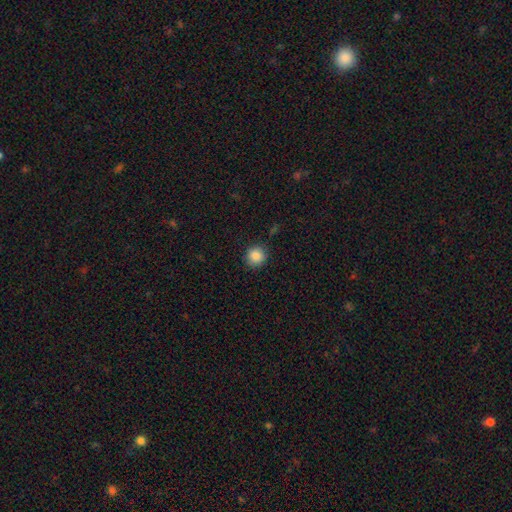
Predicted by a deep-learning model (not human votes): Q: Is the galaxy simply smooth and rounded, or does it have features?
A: smooth — 86%.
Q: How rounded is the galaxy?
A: round — 92%.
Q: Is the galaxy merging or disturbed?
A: none — 88%.